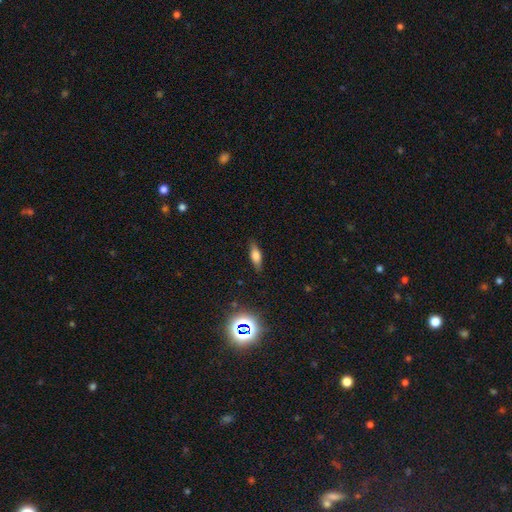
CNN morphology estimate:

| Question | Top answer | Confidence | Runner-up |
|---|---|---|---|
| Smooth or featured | smooth | 64% | featured or disk (24%) |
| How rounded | in between | 59% | cigar-shaped (37%) |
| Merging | none | 83% | minor disturbance (13%) |